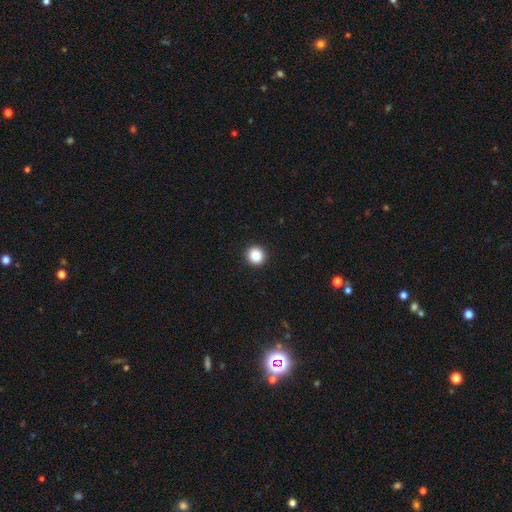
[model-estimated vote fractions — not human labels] Morphology: type=smooth (87%); roundness=round (91%); merging=none (93%).